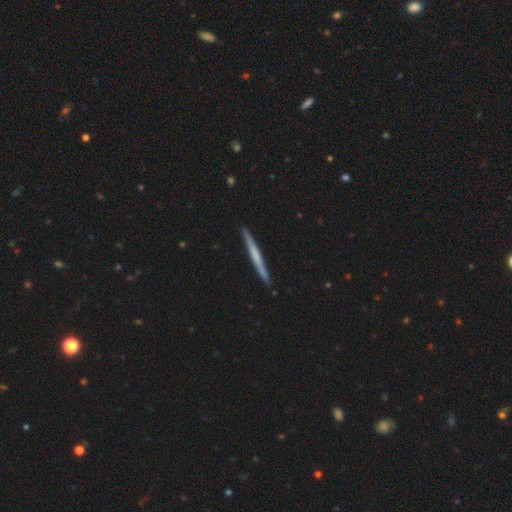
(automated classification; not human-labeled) This appears to be a featured or disk galaxy (54%) viewed edge-on (97%) with no central bulge (75%). Merging: none (91%).